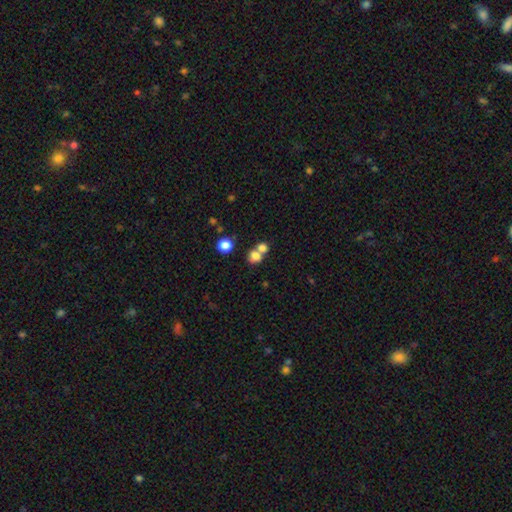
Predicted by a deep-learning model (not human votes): This is likely a smooth galaxy (76%). How rounded: likely round (62%). Merging: possibly merger (55%).